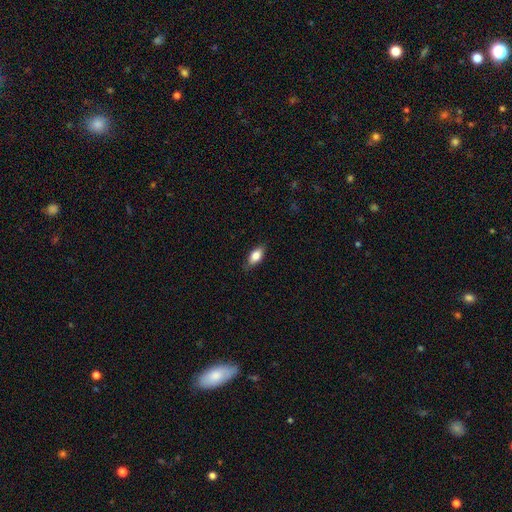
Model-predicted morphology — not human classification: smooth-or-featured: smooth: 80% | featured or disk: 13% | star or artifact: 7%
  how-rounded: in between: 86% | cigar-shaped: 10% | round: 4%
  merging: none: 82% | minor disturbance: 14% | major disturbance: 3% | merger: 1%